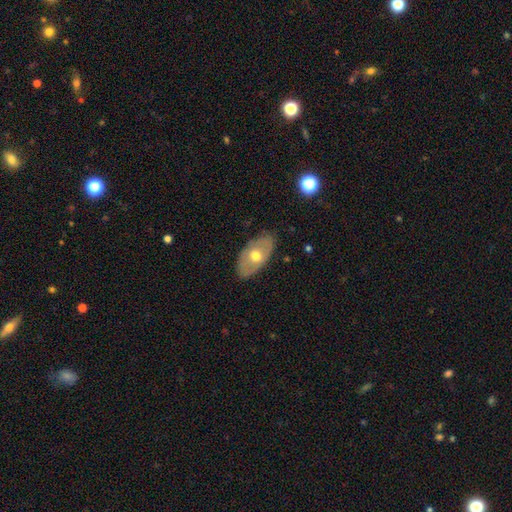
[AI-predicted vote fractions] smooth_or_featured: smooth (p=0.51) [alt: featured or disk p=0.44]
how_rounded: in between (p=0.92) [alt: round p=0.06]
merging: none (p=0.81) [alt: minor disturbance p=0.15]